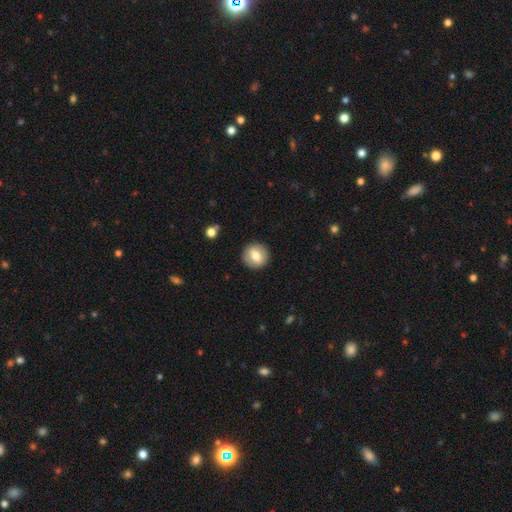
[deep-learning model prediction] smooth-or-featured: smooth: 68% | featured or disk: 24% | star or artifact: 8%
  how-rounded: round: 88% | in between: 11% | cigar-shaped: 1%
  merging: none: 90% | minor disturbance: 7% | major disturbance: 2% | merger: 1%